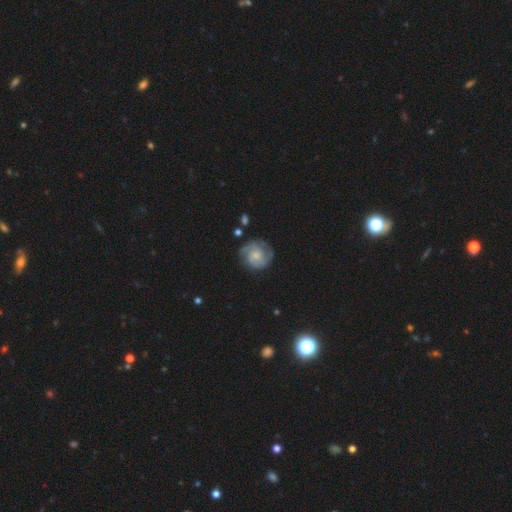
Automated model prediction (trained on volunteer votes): A featured or disk galaxy (75%) with no bar (71%), 2 (43%) tight (52%) spiral arms (93%) and a small central bulge (54%).

Vote fractions:
- Smooth or featured? featured or disk: 75% / smooth: 19% / star or artifact: 6%
- Edge-on disk? no: 98% / yes: 2%
- Bar? no: 71% / weak: 25% / strong: 4%
- Spiral arms? yes: 93% / no: 7%
- Spiral winding? tight: 52% / medium: 38% / loose: 11%
- Spiral arm count? 2: 43% / 3: 24% / can't tell: 20% / 4: 5% / 1: 4% / more than 4: 4%
- Bulge size? small: 54% / moderate: 34% / none: 8% / large: 4% / dominant: 1%
- Merging? none: 73% / minor disturbance: 18% / major disturbance: 7% / merger: 2%